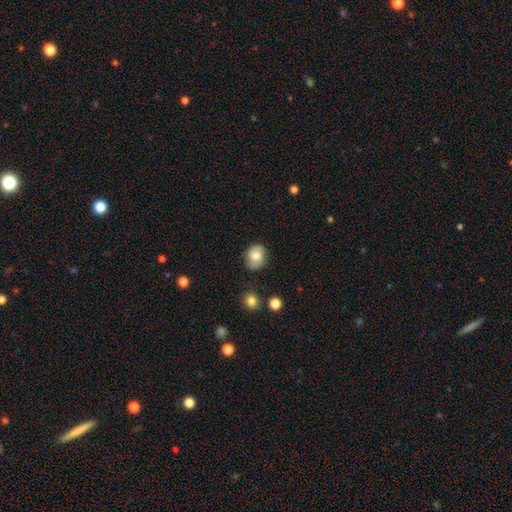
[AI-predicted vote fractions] The model was most divided on "how rounded": round: 53%, in between: 46%, cigar-shaped: 1%. More confident: smooth or featured — smooth (79%); merging — none (75%).